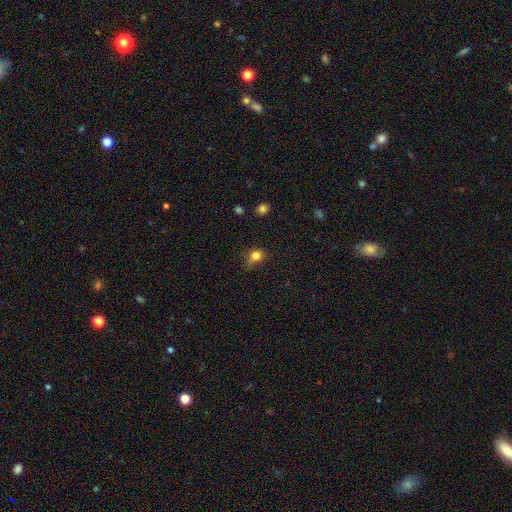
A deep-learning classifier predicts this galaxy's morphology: smooth-or-featured: smooth: 81% | star or artifact: 13% | featured or disk: 7%
  how-rounded: round: 65% | in between: 34% | cigar-shaped: 1%
  merging: none: 56% | minor disturbance: 31% | major disturbance: 11% | merger: 2%